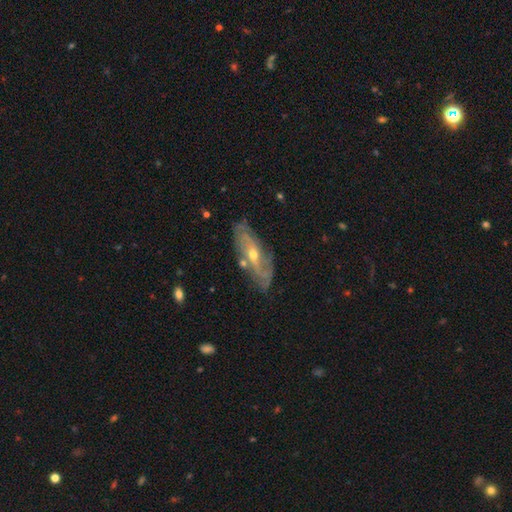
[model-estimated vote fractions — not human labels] This appears to be a featured or disk galaxy (70%). Merging: none (78%).